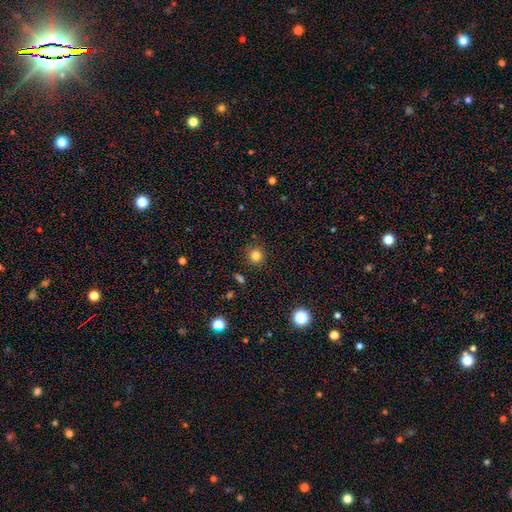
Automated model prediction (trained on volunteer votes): smooth 82%, star or artifact 13%, featured or disk 5%. Down the decision tree: how rounded — round (91%); merging — none (86%).